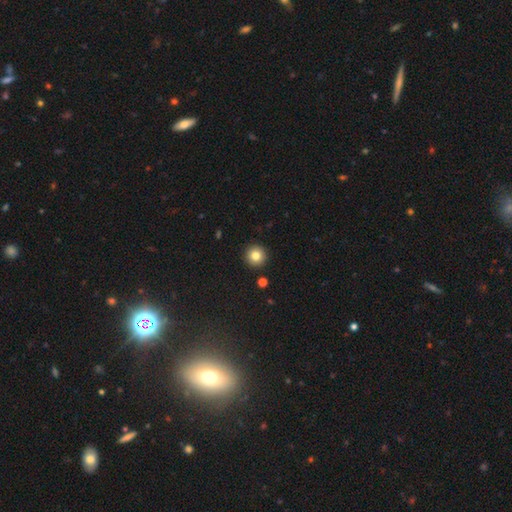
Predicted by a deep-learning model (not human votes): The model was most divided on "smooth or featured": smooth: 82%, star or artifact: 11%, featured or disk: 8%. More confident: how rounded — round (96%); merging — none (93%).